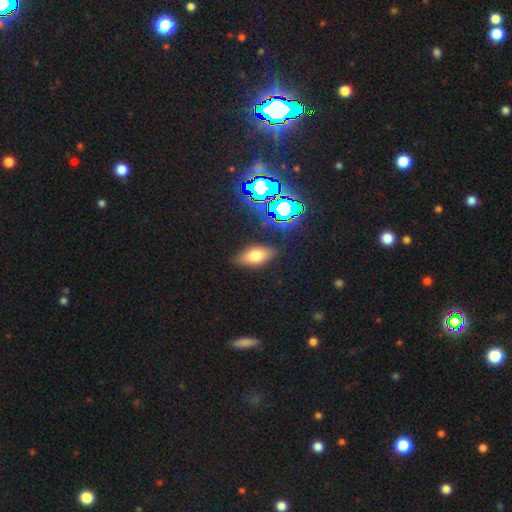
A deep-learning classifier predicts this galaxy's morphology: Smooth or featured? Predicted: smooth (p=0.68). How rounded? Predicted: in between (p=0.88). Merging? Predicted: none (p=0.83).